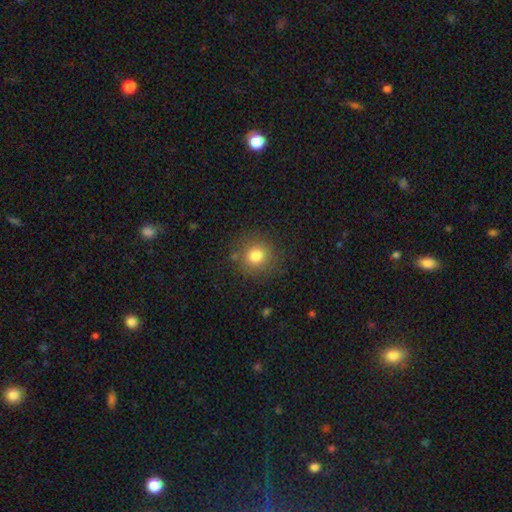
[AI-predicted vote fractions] This appears to be a smooth galaxy with no disk features (79%) that is round (91%). Merging: none (85%).